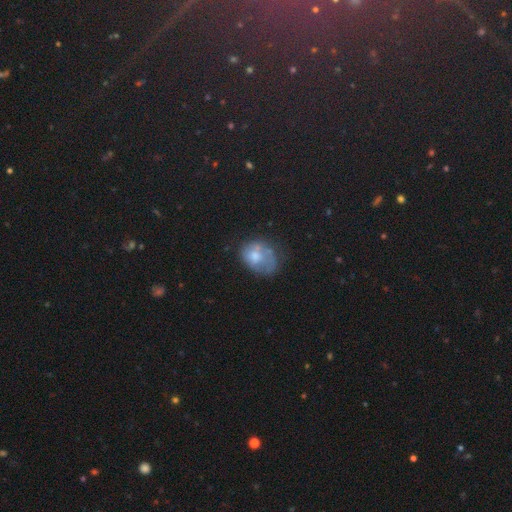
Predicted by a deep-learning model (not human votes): Q: Smooth or featured?
A: smooth (55%); runner-up: featured or disk (36%)
Q: How rounded?
A: in between (59%); runner-up: round (40%)
Q: Merging?
A: none (34%); runner-up: minor disturbance (30%)